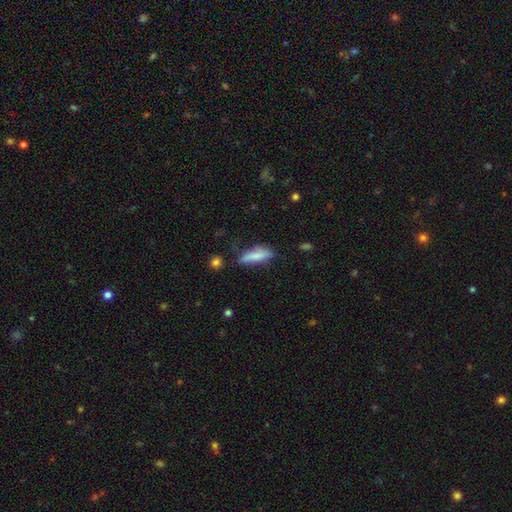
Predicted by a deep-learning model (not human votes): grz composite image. It shows a smooth galaxy with no disk features (81%) that is cigar-shaped (54%). Merging: none (63%).